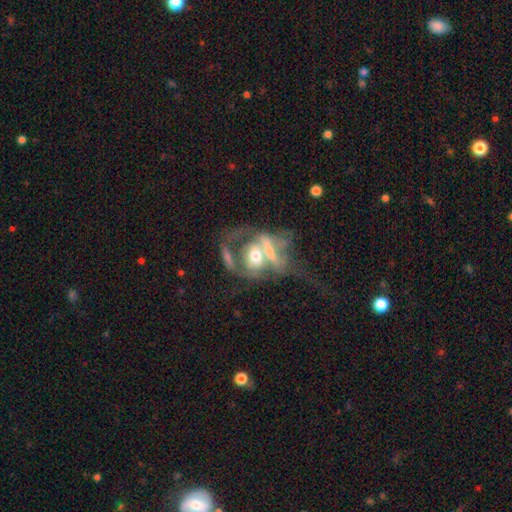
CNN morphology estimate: A featured or disk galaxy (57%) with no bar (65%), no spiral arms (68%) and a moderate central bulge (58%).

Vote fractions:
- Smooth or featured? featured or disk: 57% / smooth: 33% / star or artifact: 10%
- Edge-on disk? no: 88% / yes: 12%
- Bar? no: 65% / weak: 19% / strong: 16%
- Spiral arms? no: 68% / yes: 32%
- Bulge size? moderate: 58% / large: 17% / small: 16% / none: 6% / dominant: 3%
- Merging? merger: 54% / major disturbance: 24% / none: 13% / minor disturbance: 8%